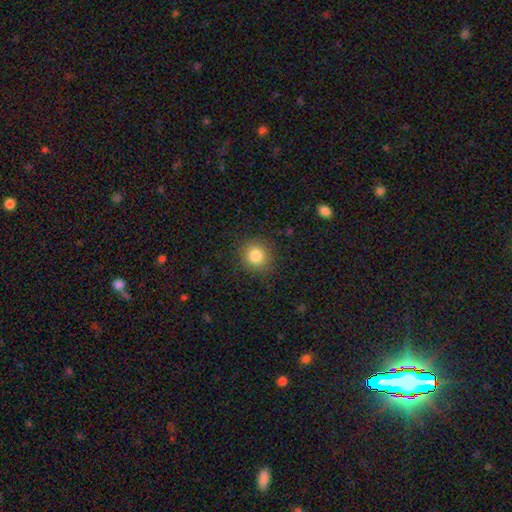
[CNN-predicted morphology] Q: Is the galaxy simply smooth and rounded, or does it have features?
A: smooth — 83%.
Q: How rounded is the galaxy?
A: round — 90%.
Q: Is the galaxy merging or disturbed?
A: none — 88%.